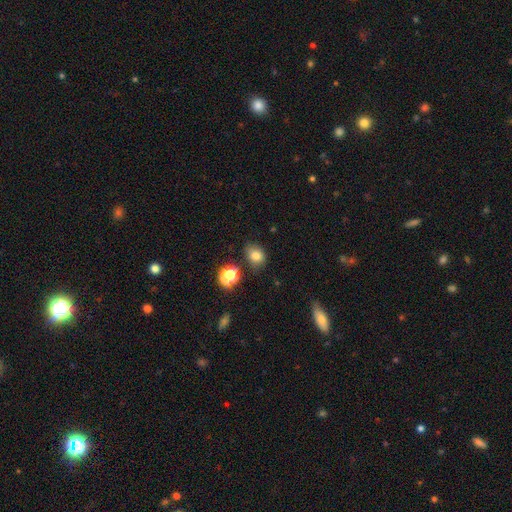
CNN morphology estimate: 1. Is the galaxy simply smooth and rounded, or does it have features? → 77% smooth, 15% star or artifact, 8% featured or disk.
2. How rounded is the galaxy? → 55% in between, 44% round, 1% cigar-shaped.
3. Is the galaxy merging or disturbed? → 72% none, 17% minor disturbance, 6% merger, 5% major disturbance.